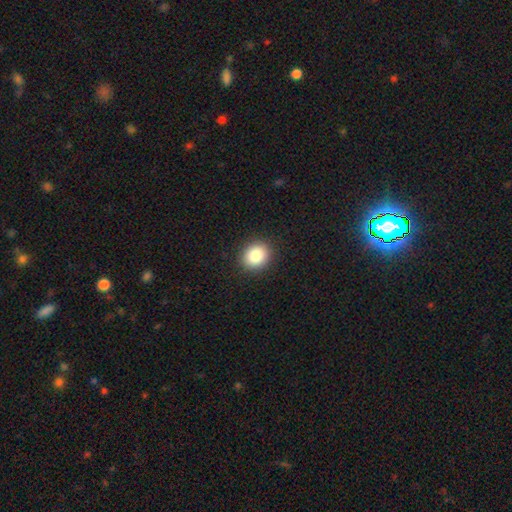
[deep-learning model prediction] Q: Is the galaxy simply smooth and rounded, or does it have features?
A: smooth — 85%.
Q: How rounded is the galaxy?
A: round — 70%.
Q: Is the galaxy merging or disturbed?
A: none — 91%.